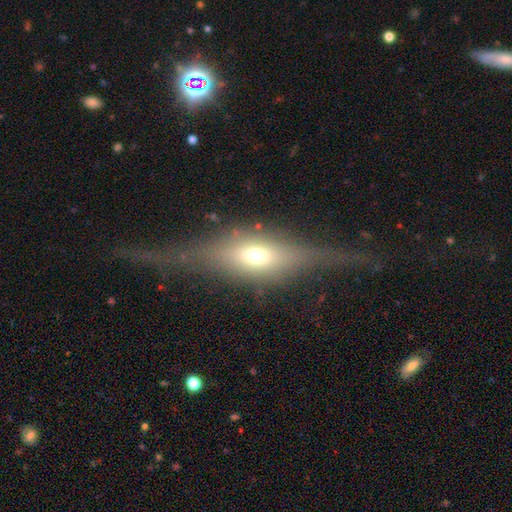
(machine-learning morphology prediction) type=featured or disk (69%); edge-on=yes (91%); edge-on bulge=rounded (86%); merging=none (68%).